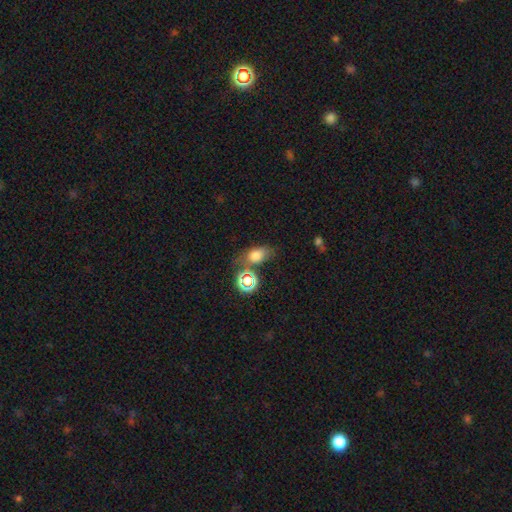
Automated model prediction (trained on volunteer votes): Smooth or featured?
  - smooth: 72% *
  - star or artifact: 18%
  - featured or disk: 10%
How rounded?
  - in between: 74% *
  - round: 22%
  - cigar-shaped: 3%
Merging?
  - none: 58% *
  - minor disturbance: 19%
  - merger: 15%
  - major disturbance: 8%